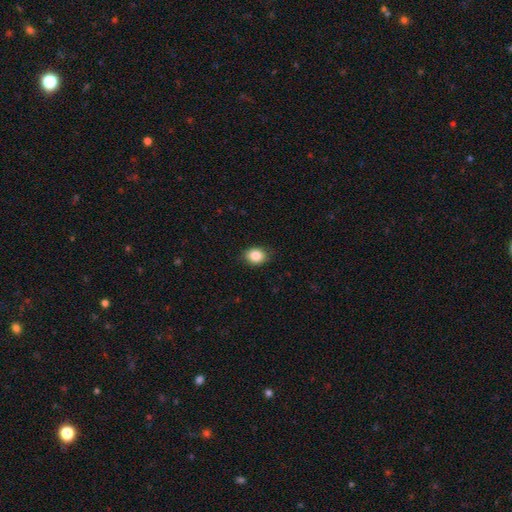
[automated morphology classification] This is clearly a smooth galaxy (86%). How rounded: possibly round (51%). Merging: clearly none (84%).